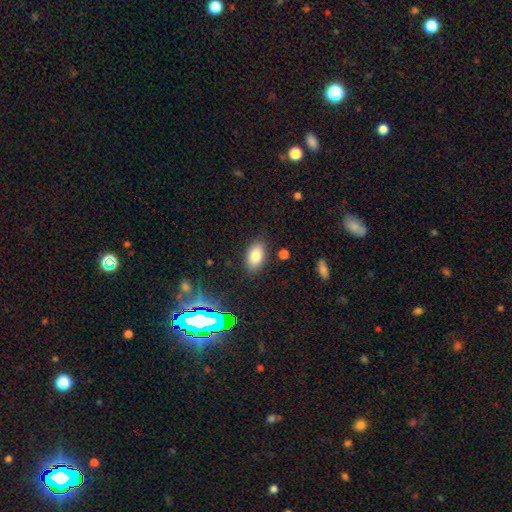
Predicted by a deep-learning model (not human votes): Q: Smooth or featured?
A: smooth (80%); runner-up: star or artifact (10%)
Q: How rounded?
A: in between (90%); runner-up: round (8%)
Q: Merging?
A: none (84%); runner-up: minor disturbance (11%)